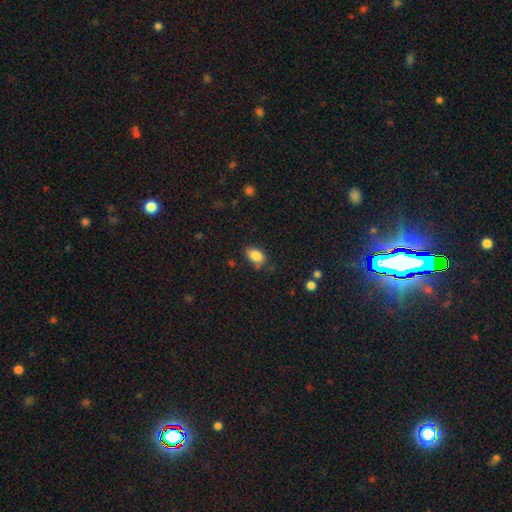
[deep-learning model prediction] The model was most divided on "merging": none: 68%, minor disturbance: 23%, major disturbance: 5%, merger: 3%. More confident: how rounded — in between (90%); smooth or featured — smooth (86%).